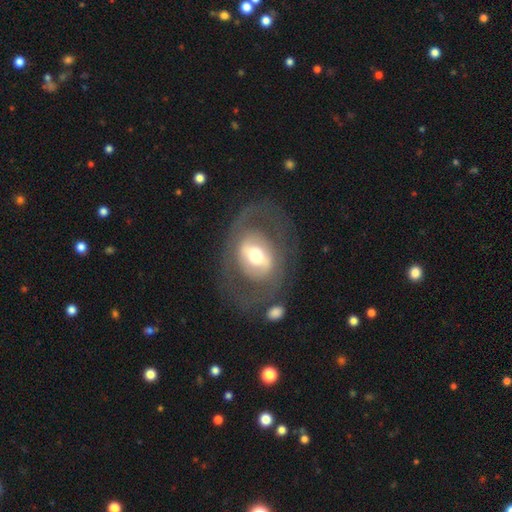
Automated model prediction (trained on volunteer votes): Q: Smooth or featured?
A: featured or disk (66%); runner-up: smooth (28%)
Q: Edge-on disk?
A: no (93%); runner-up: yes (7%)
Q: Bar?
A: strong (35%); runner-up: no (32%)
Q: Spiral arms?
A: no (63%); runner-up: yes (37%)
Q: Bulge size?
A: moderate (62%); runner-up: large (25%)
Q: Merging?
A: none (69%); runner-up: major disturbance (14%)